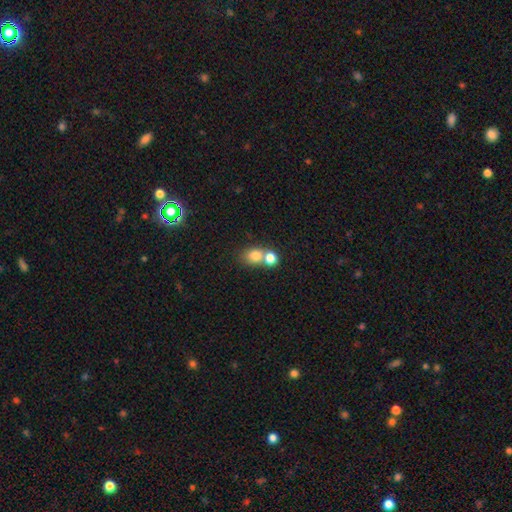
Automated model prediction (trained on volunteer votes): The model was most divided on "merging": merger: 51%, none: 39%, minor disturbance: 7%, major disturbance: 3%. More confident: smooth or featured — smooth (79%); how rounded — round (64%).